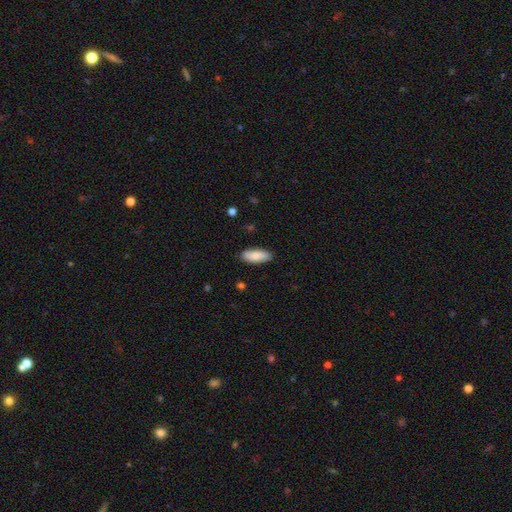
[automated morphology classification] A smooth galaxy with no disk features (86%) that is in between round and cigar-shaped (78%).

Vote fractions:
- Smooth or featured? smooth: 86% / featured or disk: 9% / star or artifact: 6%
- How rounded? in between: 78% / cigar-shaped: 21% / round: 2%
- Merging? none: 88% / minor disturbance: 9% / major disturbance: 2% / merger: 1%